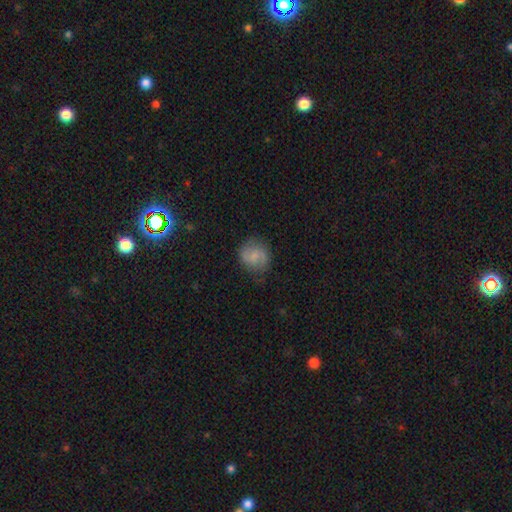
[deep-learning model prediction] Morphology: type=featured or disk (48%); merging=none (76%).